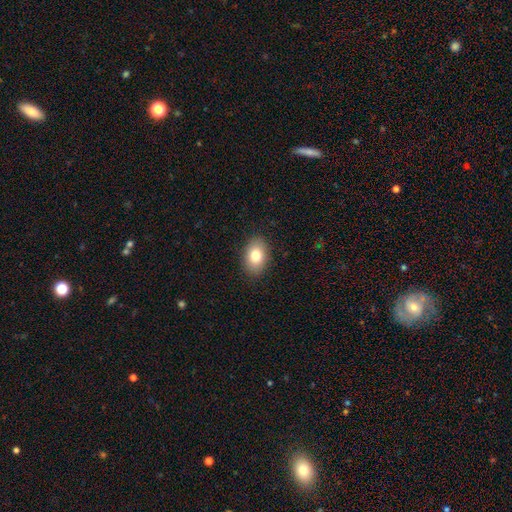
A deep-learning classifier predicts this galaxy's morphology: Smooth or featured? Predicted: smooth (p=0.80). How rounded? Predicted: in between (p=0.84). Merging? Predicted: none (p=0.88).